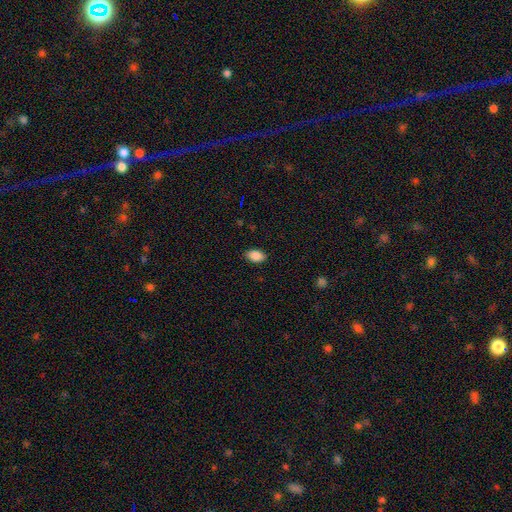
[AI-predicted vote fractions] A smooth galaxy with no disk features (88%) that is in between round and cigar-shaped (90%).

Vote fractions:
- Smooth or featured? smooth: 88% / star or artifact: 8% / featured or disk: 4%
- How rounded? in between: 90% / round: 8% / cigar-shaped: 2%
- Merging? none: 87% / minor disturbance: 9% / major disturbance: 2% / merger: 1%